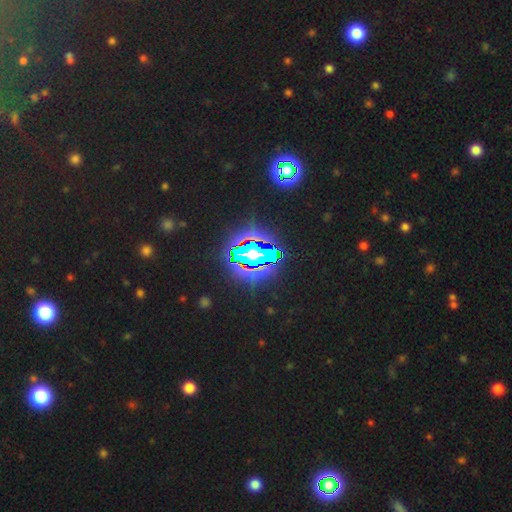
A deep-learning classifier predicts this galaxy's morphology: Overall: star or artifact (80%).